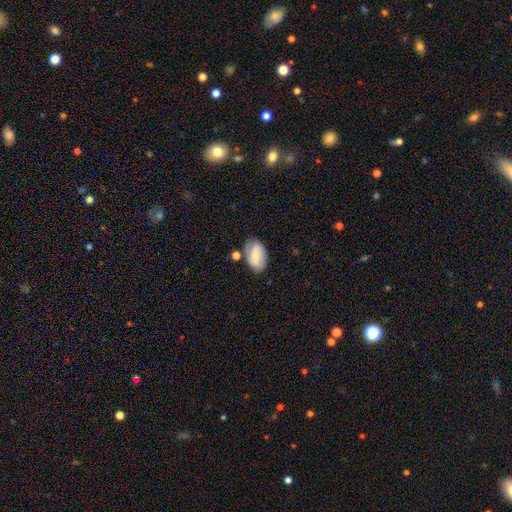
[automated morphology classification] The model was most divided on "smooth or featured": smooth: 55%, featured or disk: 38%, star or artifact: 7%. More confident: how rounded — in between (90%); merging — none (68%).